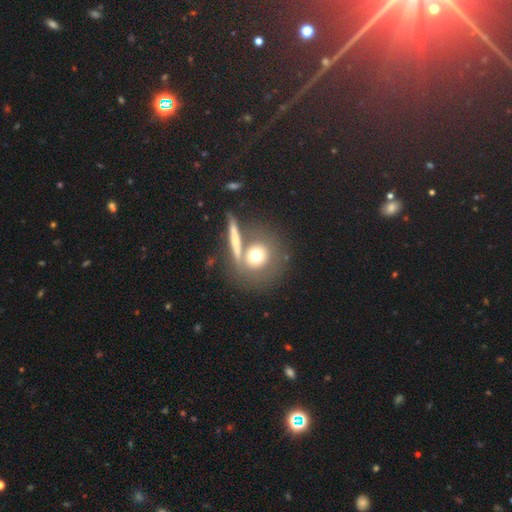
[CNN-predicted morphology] The model was most divided on "merging": none: 59%, merger: 23%, minor disturbance: 11%, major disturbance: 7%. More confident: how rounded — round (85%); smooth or featured — smooth (65%).